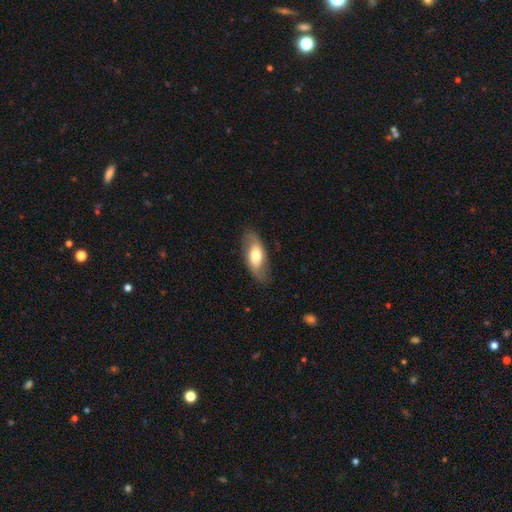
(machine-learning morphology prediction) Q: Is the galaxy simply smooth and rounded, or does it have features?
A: smooth — 52%.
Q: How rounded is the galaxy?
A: in between — 85%.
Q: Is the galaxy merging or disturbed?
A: none — 78%.